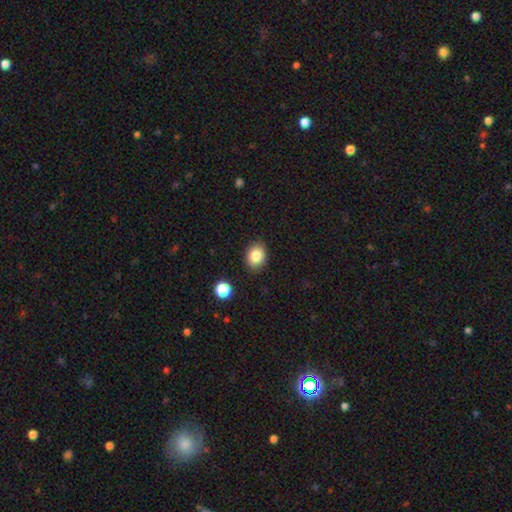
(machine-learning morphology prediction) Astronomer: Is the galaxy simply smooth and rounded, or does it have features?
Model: smooth — 84%.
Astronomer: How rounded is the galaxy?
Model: in between — 52% (runner-up: round, 47%).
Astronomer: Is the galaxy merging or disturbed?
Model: none — 87%.